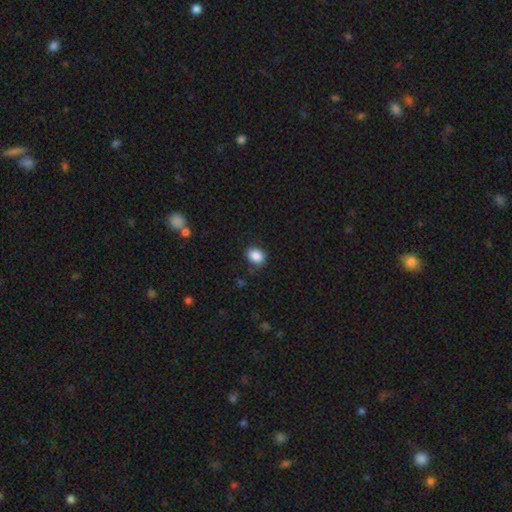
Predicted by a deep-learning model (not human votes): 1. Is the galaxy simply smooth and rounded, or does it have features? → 87% smooth, 9% star or artifact, 4% featured or disk.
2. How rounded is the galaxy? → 67% in between, 32% round, 1% cigar-shaped.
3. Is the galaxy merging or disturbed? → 77% none, 17% minor disturbance, 4% major disturbance, 2% merger.